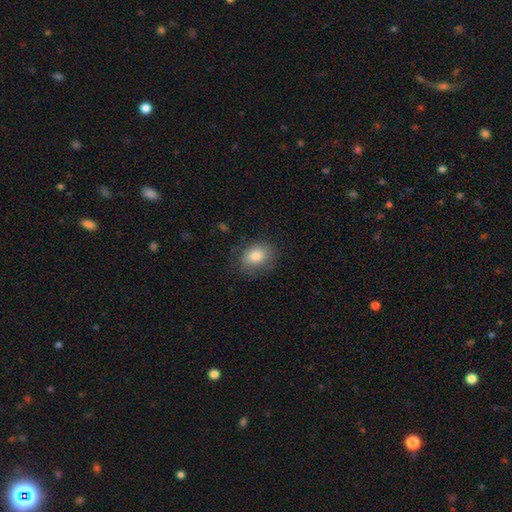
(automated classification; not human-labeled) smooth_or_featured: smooth (p=0.82) [alt: featured or disk p=0.10]
how_rounded: in between (p=0.66) [alt: round p=0.33]
merging: none (p=0.73) [alt: minor disturbance p=0.19]